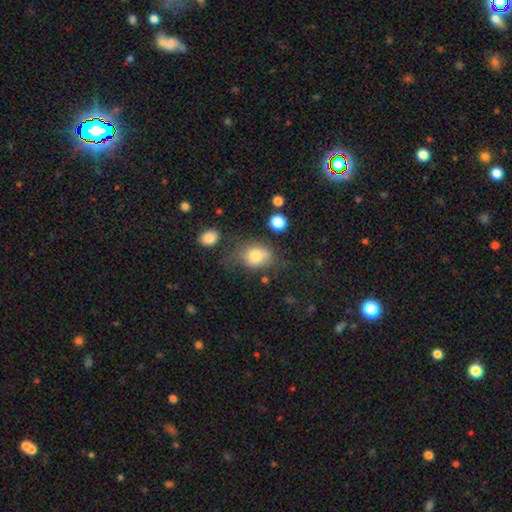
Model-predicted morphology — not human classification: Smooth or featured? Predicted: smooth (p=0.77). How rounded? Predicted: in between (p=0.54). Merging? Predicted: none (p=0.45).